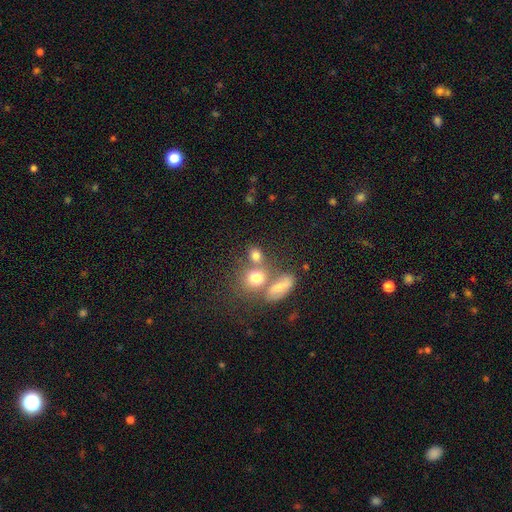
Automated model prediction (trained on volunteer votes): This appears to be a smooth galaxy with no disk features (75%) that is round (60%). Merging: none (48%).